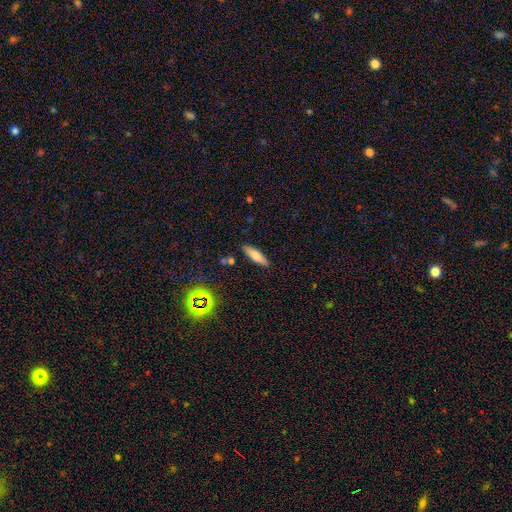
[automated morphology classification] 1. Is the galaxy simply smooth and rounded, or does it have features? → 71% smooth, 19% featured or disk, 9% star or artifact.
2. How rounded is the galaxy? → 59% cigar-shaped, 39% in between, 2% round.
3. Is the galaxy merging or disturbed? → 85% none, 10% minor disturbance, 2% major disturbance, 2% merger.